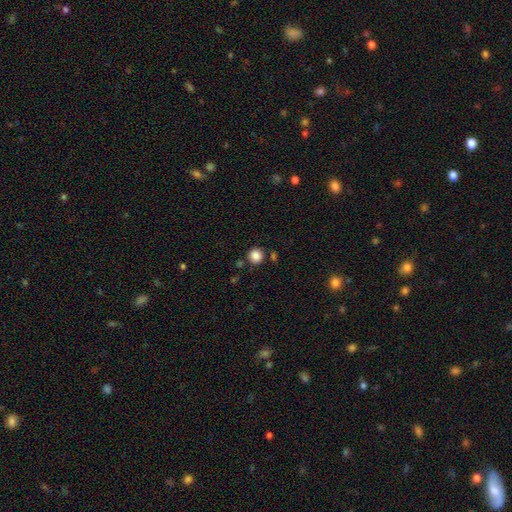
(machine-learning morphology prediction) Q: Smooth or featured?
A: smooth (86%); runner-up: star or artifact (10%)
Q: How rounded?
A: round (90%); runner-up: in between (9%)
Q: Merging?
A: none (83%); runner-up: minor disturbance (9%)